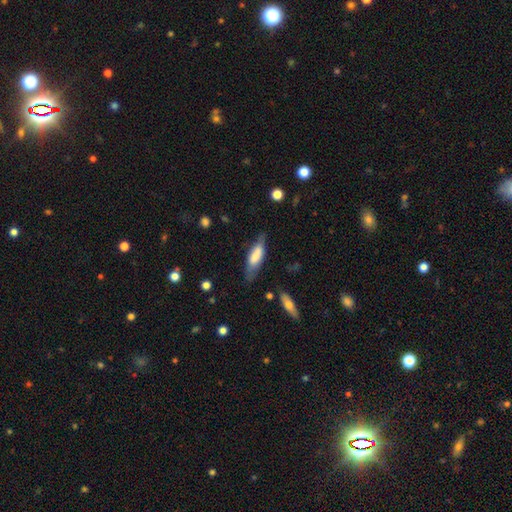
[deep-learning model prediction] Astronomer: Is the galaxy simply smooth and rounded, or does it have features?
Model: smooth — 63%.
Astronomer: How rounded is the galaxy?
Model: in between — 52% (runner-up: cigar-shaped, 46%).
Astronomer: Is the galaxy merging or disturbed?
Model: none — 65%.